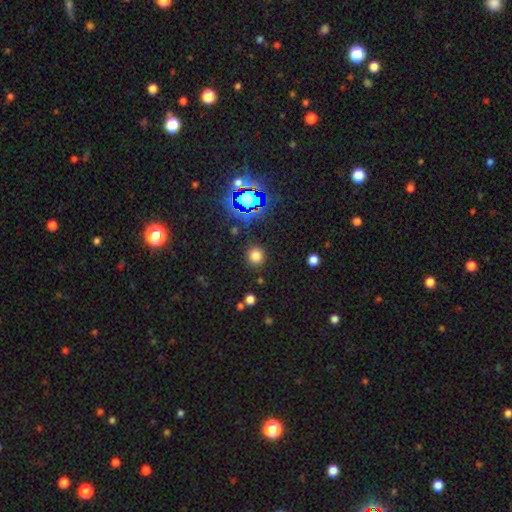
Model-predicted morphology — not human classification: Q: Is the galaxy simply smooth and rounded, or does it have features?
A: smooth — 74%.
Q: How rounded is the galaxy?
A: round — 88%.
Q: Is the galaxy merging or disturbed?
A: none — 87%.